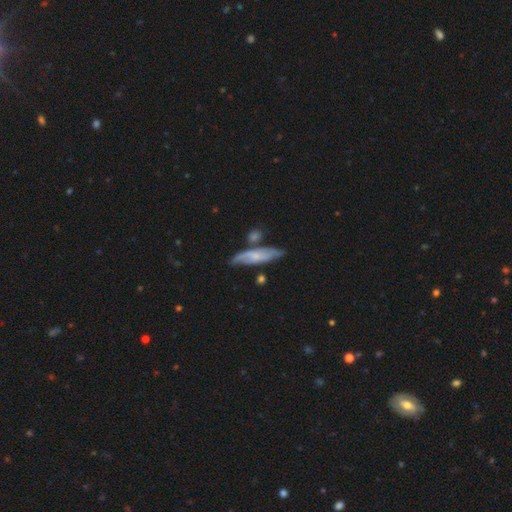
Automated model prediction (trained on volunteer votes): Smooth or featured: featured or disk — 57% (smooth — 37%)
Edge-on disk: no — 62% (yes — 38%)
Merging: none — 58% (minor disturbance — 20%)